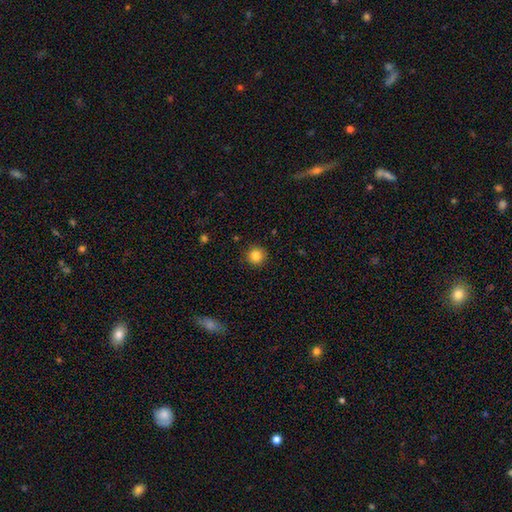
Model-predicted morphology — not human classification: Overall: smooth (84%). How rounded: round (94%). Merging: none (91%).